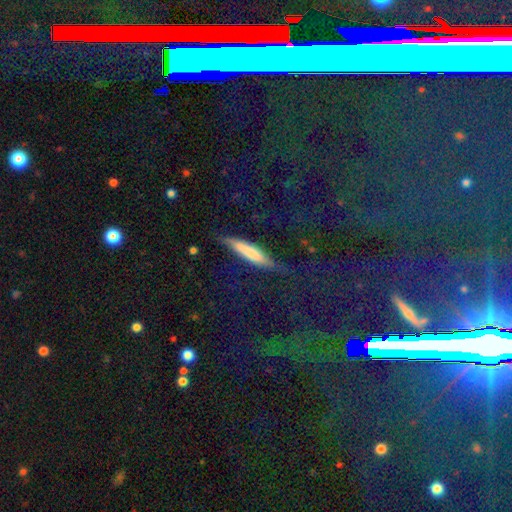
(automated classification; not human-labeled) smooth 61%, featured or disk 30%, star or artifact 10%. Down the decision tree: how rounded — cigar-shaped (83%); merging — none (71%).